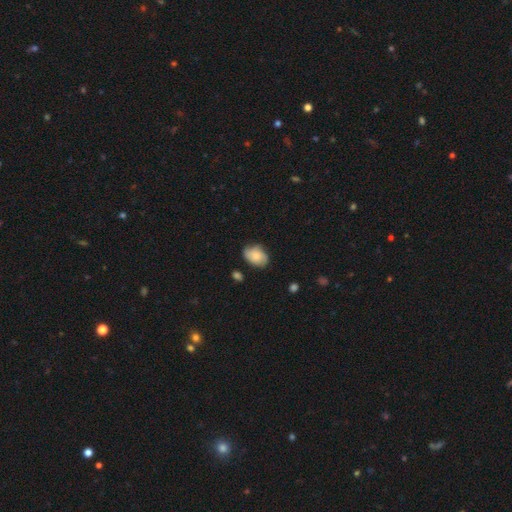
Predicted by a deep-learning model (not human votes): Morphology: type=smooth (65%); roundness=in between (78%); merging=none (68%).